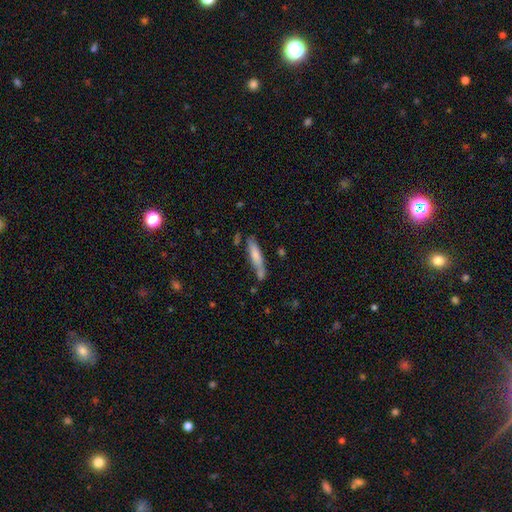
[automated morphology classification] This appears to be a smooth galaxy with no disk features (68%) that is cigar-shaped (87%). Merging: none (66%).